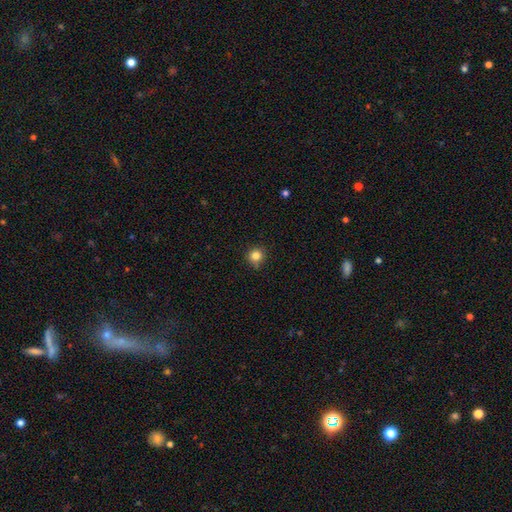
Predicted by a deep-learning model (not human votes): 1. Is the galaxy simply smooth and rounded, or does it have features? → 83% smooth, 12% star or artifact, 5% featured or disk.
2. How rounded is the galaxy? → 94% round, 5% in between, 1% cigar-shaped.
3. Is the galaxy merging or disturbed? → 84% none, 12% minor disturbance, 2% major disturbance, 2% merger.